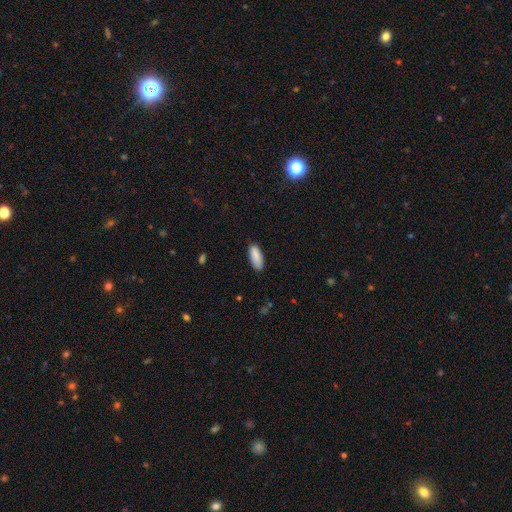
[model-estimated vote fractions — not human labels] Q: Smooth or featured?
A: smooth (89%); runner-up: star or artifact (6%)
Q: How rounded?
A: in between (75%); runner-up: cigar-shaped (23%)
Q: Merging?
A: none (84%); runner-up: minor disturbance (12%)